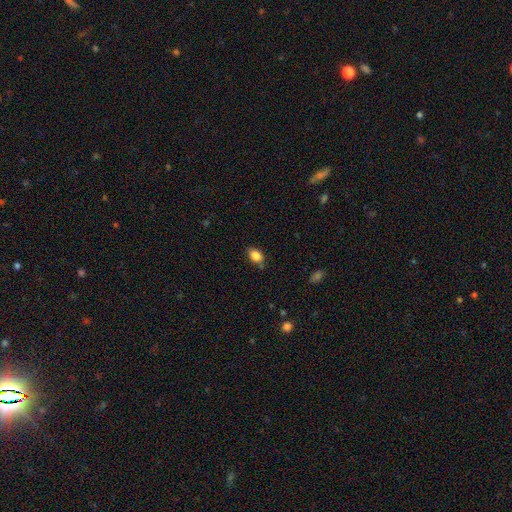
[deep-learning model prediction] This appears to be a smooth galaxy with no disk features (85%) that is in between round and cigar-shaped (84%). Merging: none (74%).